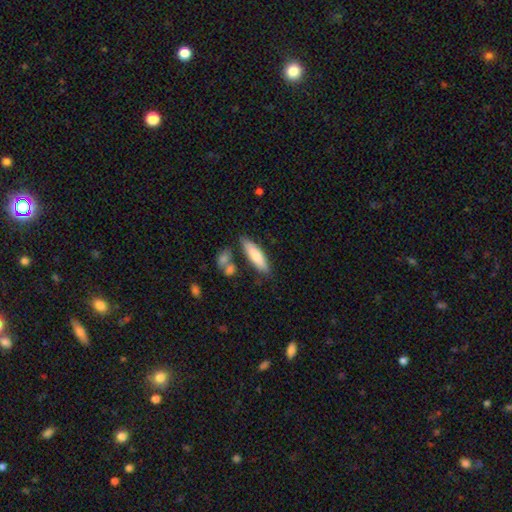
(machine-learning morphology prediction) Smooth or featured: smooth — 77% (featured or disk — 17%)
How rounded: cigar-shaped — 62% (in between — 36%)
Merging: none — 74% (minor disturbance — 14%)